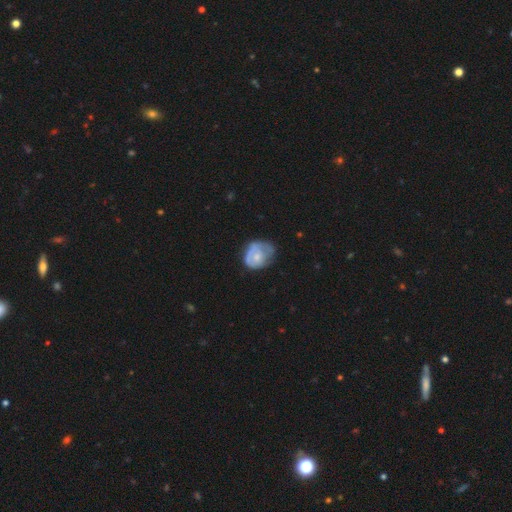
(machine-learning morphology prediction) A smooth galaxy with no disk features (47%). Merging: none (39%).